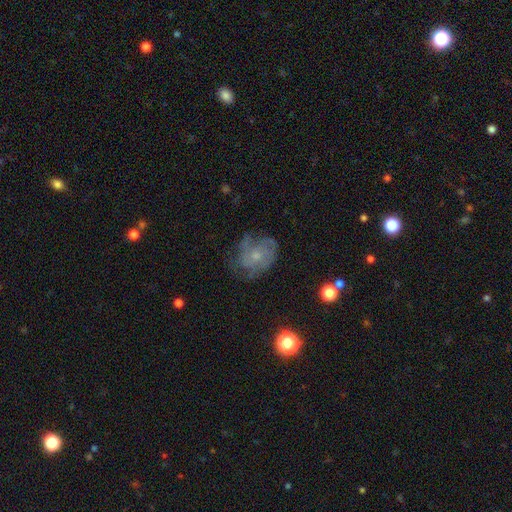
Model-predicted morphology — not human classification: smooth_or_featured: featured or disk (p=0.64) [alt: smooth p=0.26]
disk_edge_on: no (p=0.97) [alt: yes p=0.03]
bar: no (p=0.81) [alt: weak p=0.17]
has_spiral_arms: yes (p=0.77) [alt: no p=0.23]
bulge_size: small (p=0.57) [alt: moderate p=0.33]
merging: none (p=0.58) [alt: minor disturbance p=0.24]